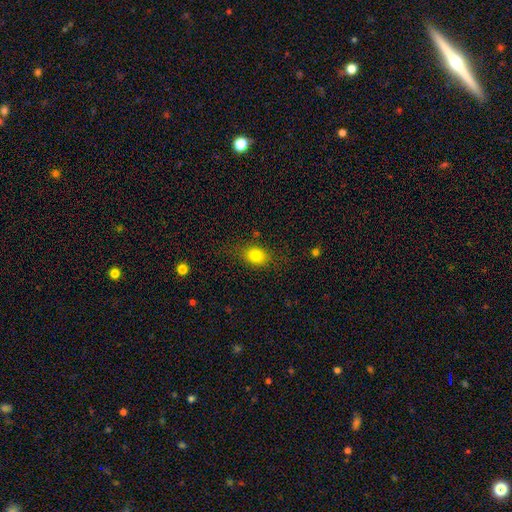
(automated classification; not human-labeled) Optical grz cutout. It shows a smooth galaxy with no disk features (80%) that is in between round and cigar-shaped (59%). Merging: none (77%).